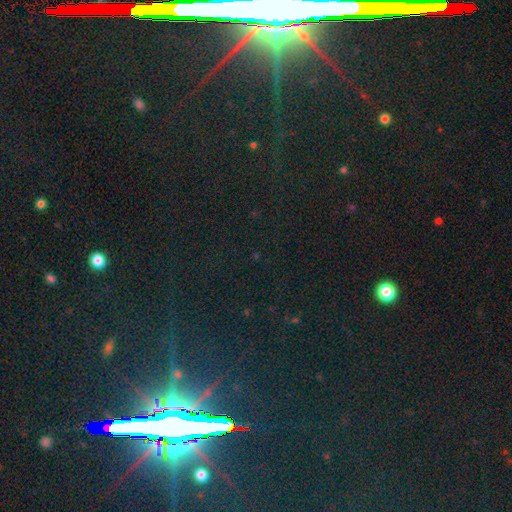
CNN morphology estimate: smooth-or-featured: star or artifact: 84% | smooth: 8% | featured or disk: 7%